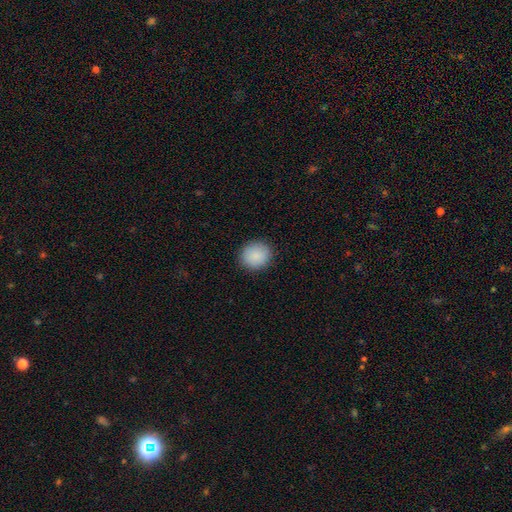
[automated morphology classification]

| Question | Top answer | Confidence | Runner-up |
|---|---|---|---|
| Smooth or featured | smooth | 89% | star or artifact (7%) |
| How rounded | round | 83% | in between (16%) |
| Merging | none | 89% | minor disturbance (7%) |